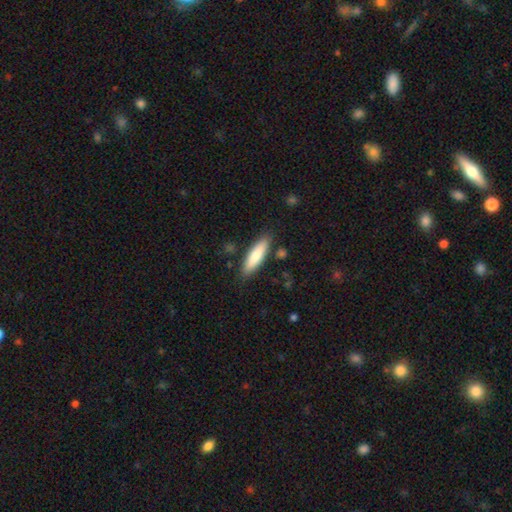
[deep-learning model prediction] Smooth or featured? smooth (77%)
How rounded? cigar-shaped (61%)
Merging? none (85%)